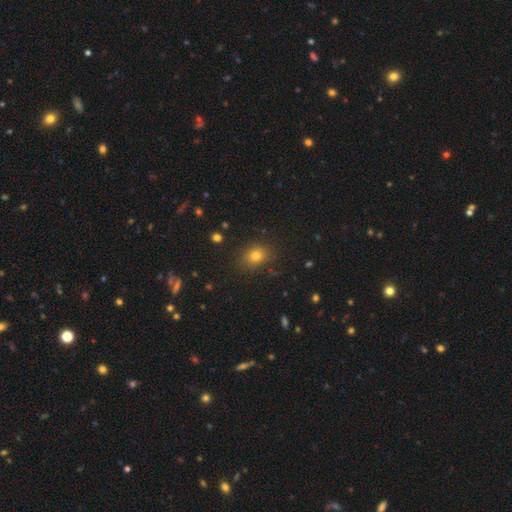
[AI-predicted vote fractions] A smooth galaxy with no disk features (77%) that is in between round and cigar-shaped (50%). Merging: none (85%).